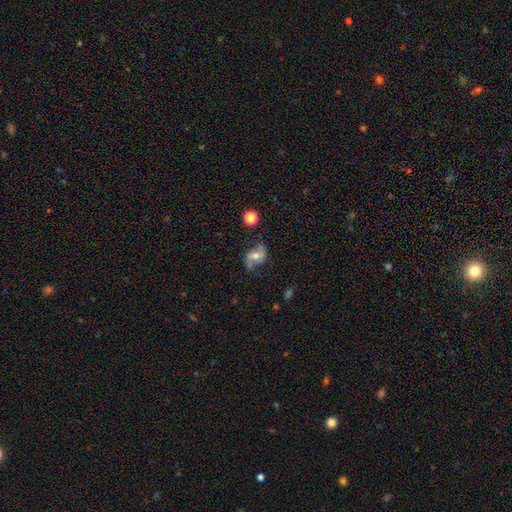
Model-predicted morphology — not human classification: type=featured or disk (61%); edge-on=no (95%); bar=no (43%); spiral arms=yes (82%); bulge=moderate (65%); merging=none (65%).